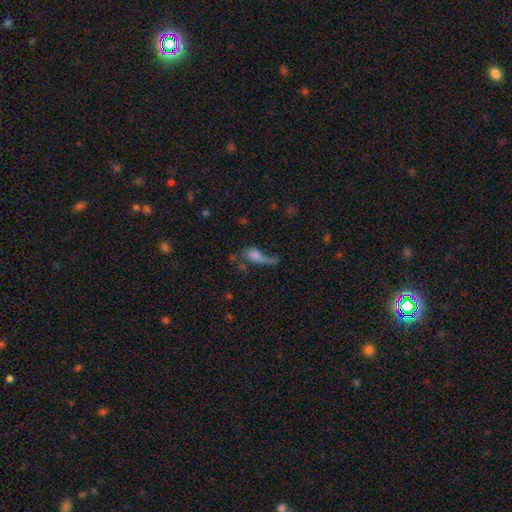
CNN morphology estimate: Overall: smooth (56%; featured or disk 31%). How rounded: in between (70%). Merging: major disturbance (46%; none 20%).